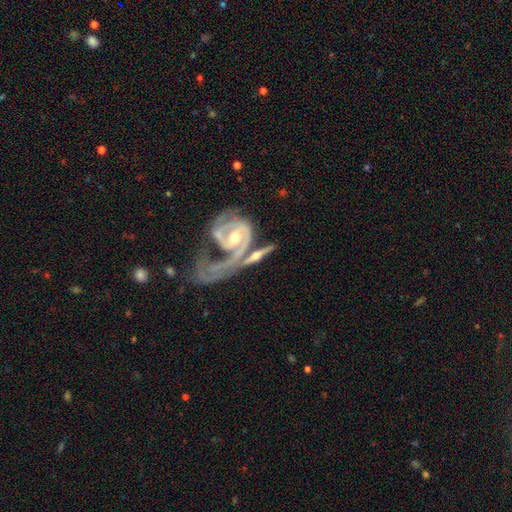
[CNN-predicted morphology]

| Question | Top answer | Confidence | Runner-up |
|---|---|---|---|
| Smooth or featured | featured or disk | 80% | smooth (15%) |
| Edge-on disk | no | 67% | yes (33%) |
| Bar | no | 43% | weak (35%) |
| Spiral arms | yes | 82% | no (18%) |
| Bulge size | moderate | 62% | small (30%) |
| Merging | merger | 41% | none (31%) |